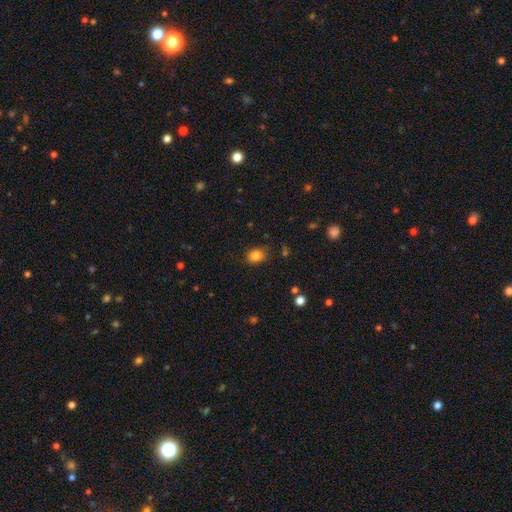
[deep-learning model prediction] The model was most divided on "how rounded": in between: 59%, round: 40%, cigar-shaped: 1%. More confident: smooth or featured — smooth (83%); merging — none (78%).